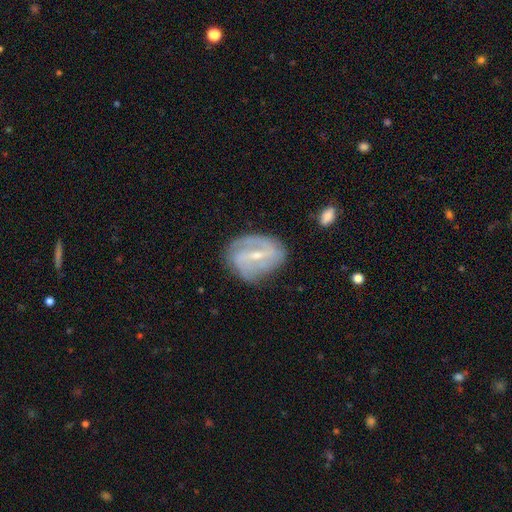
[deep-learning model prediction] Overall: featured or disk (82%). Edge-on disk: no (96%). Bar: strong (44%; weak 43%). Spiral arms: yes (89%). Spiral arm count: 2 (60%). Spiral winding: medium (41%; tight 37%). Bulge size: small (62%; moderate 34%). Merging: none (69%).